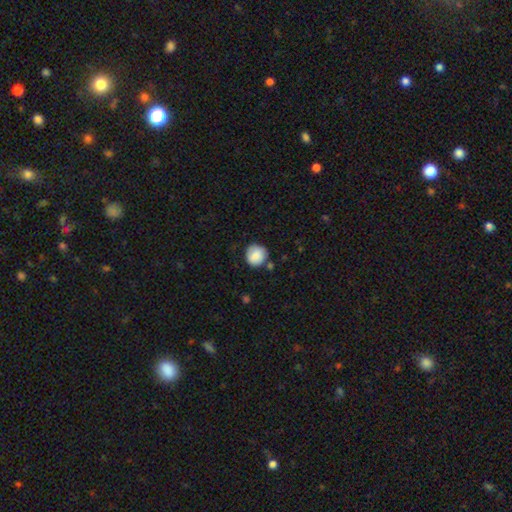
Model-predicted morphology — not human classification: Overall: smooth (85%). How rounded: round (91%). Merging: none (76%).